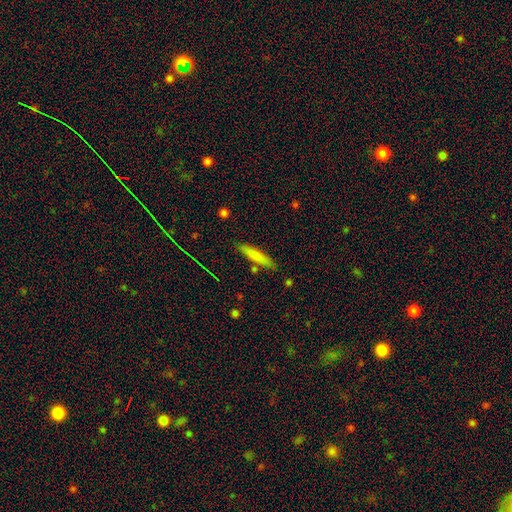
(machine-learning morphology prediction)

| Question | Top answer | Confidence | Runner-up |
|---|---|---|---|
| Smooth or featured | smooth | 76% | featured or disk (16%) |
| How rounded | cigar-shaped | 87% | in between (11%) |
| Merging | none | 83% | minor disturbance (11%) |